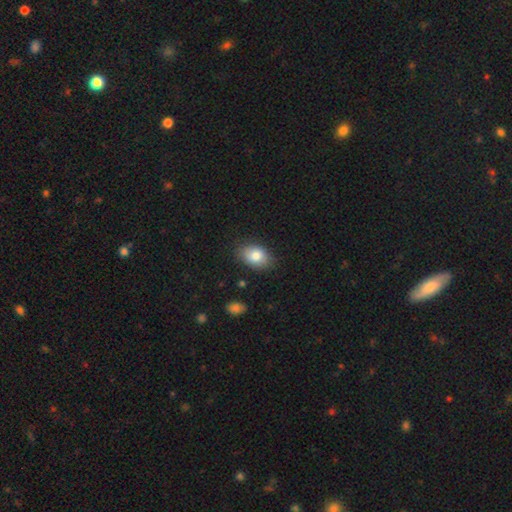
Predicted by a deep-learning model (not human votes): Smooth or featured? Predicted: smooth (p=0.82). How rounded? Predicted: in between (p=0.85). Merging? Predicted: none (p=0.82).